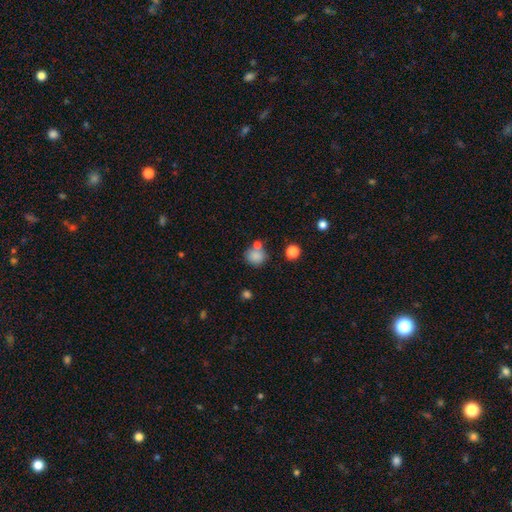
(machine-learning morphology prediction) Smooth or featured?
  - smooth: 83% *
  - star or artifact: 11%
  - featured or disk: 7%
How rounded?
  - round: 81% *
  - in between: 18%
  - cigar-shaped: 1%
Merging?
  - none: 60% *
  - merger: 23%
  - minor disturbance: 13%
  - major disturbance: 5%